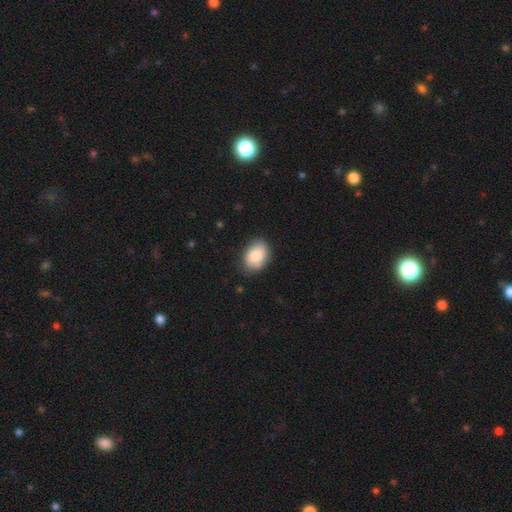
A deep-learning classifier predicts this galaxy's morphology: smooth_or_featured: smooth (p=0.84) [alt: featured or disk p=0.09]
how_rounded: in between (p=0.72) [alt: round p=0.27]
merging: none (p=0.78) [alt: minor disturbance p=0.17]